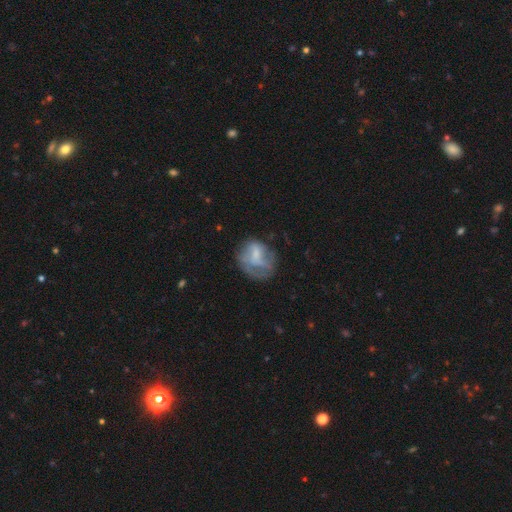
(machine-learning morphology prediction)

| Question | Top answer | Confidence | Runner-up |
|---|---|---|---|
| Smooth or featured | smooth | 49% | featured or disk (42%) |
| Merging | none | 43% | major disturbance (29%) |